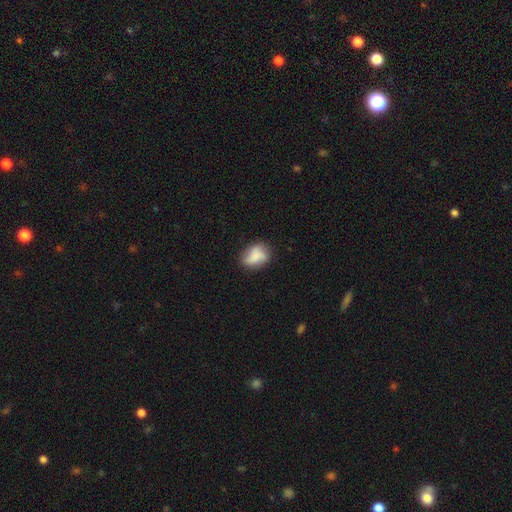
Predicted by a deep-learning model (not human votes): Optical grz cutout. It shows a smooth galaxy with no disk features (71%) that is in between round and cigar-shaped (66%). Merging: none (67%).